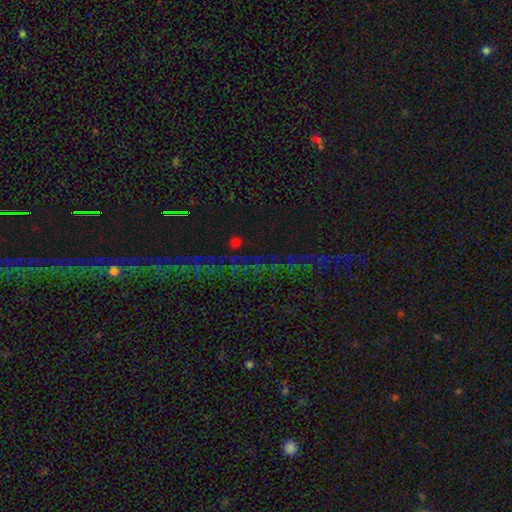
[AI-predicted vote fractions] Smooth or featured?
  - star or artifact: 71% *
  - smooth: 21%
  - featured or disk: 9%